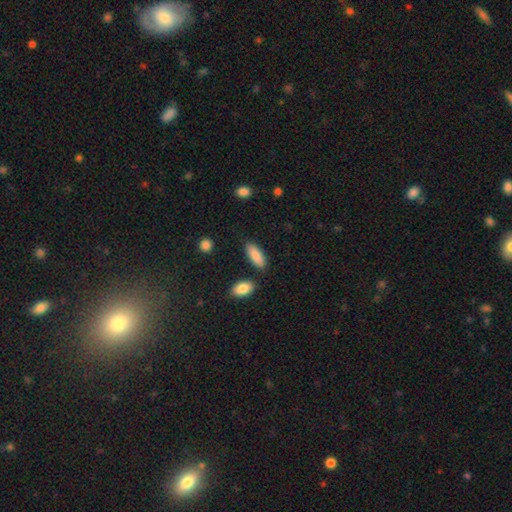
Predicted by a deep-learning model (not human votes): This appears to be a smooth galaxy with no disk features (88%) that is in between round and cigar-shaped (75%). Merging: none (81%).